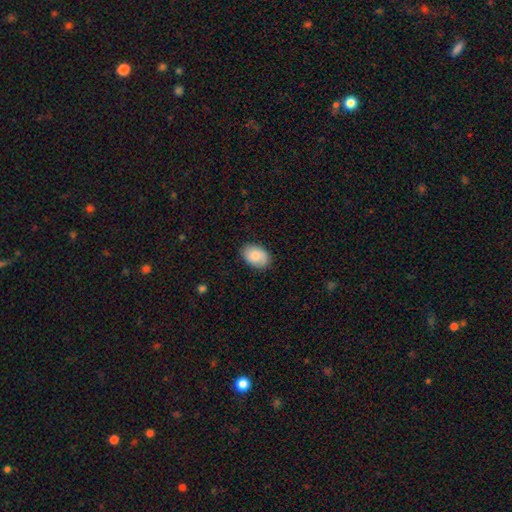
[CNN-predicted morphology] A smooth galaxy with no disk features (84%) that is in between round and cigar-shaped (86%).

Vote fractions:
- Smooth or featured? smooth: 84% / featured or disk: 10% / star or artifact: 6%
- How rounded? in between: 86% / round: 13% / cigar-shaped: 1%
- Merging? none: 85% / minor disturbance: 12% / major disturbance: 2% / merger: 1%